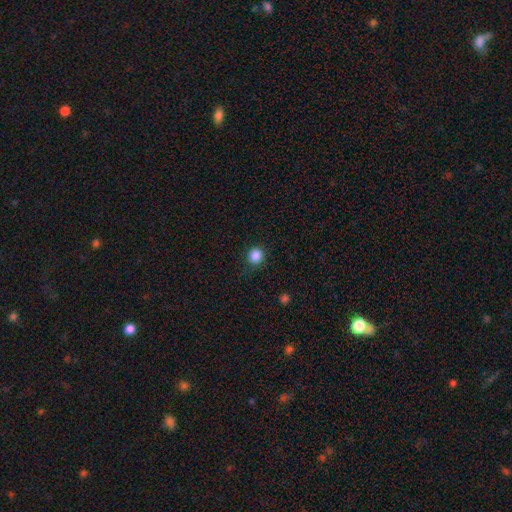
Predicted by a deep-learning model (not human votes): Smooth or featured? Predicted: smooth (p=0.86). How rounded? Predicted: round (p=0.89). Merging? Predicted: none (p=0.82).